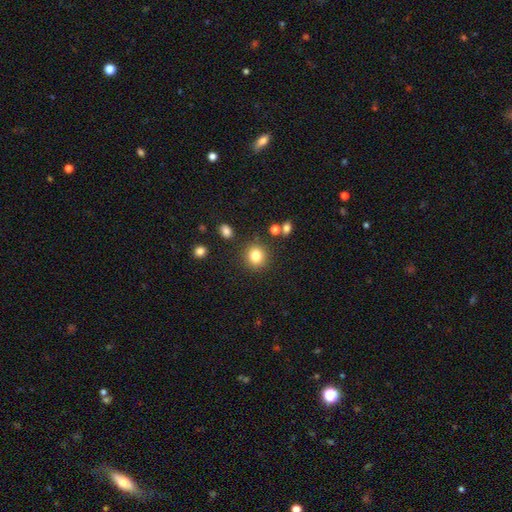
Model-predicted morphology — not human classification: Overall: smooth (81%). How rounded: round (87%). Merging: none (85%).